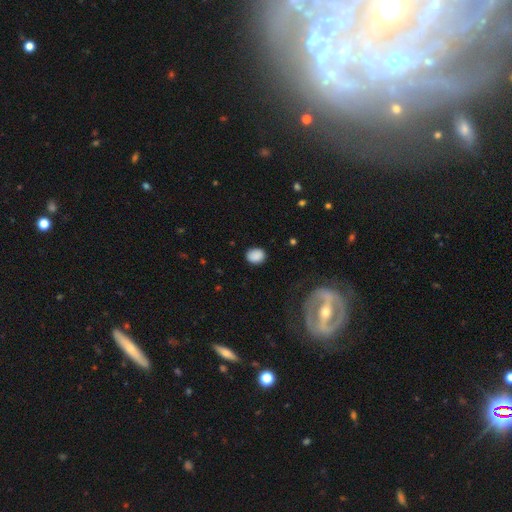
smooth_or_featured: smooth (p=0.89) [alt: star or artifact p=0.08]
how_rounded: in between (p=0.59) [alt: round p=0.41]
merging: none (p=0.80) [alt: minor disturbance p=0.09]